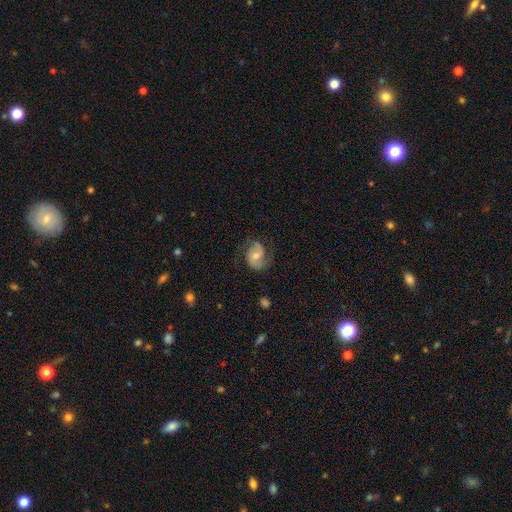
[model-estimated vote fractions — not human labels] Smooth or featured? Predicted: featured or disk (p=0.76). Edge-on disk? Predicted: no (p=0.98). Bar? Predicted: no (p=0.56). Spiral arms? Predicted: yes (p=0.93). Spiral winding? Predicted: medium (p=0.50). Spiral arm count? Predicted: 2 (p=0.87). Bulge size? Predicted: moderate (p=0.65). Merging? Predicted: none (p=0.71).